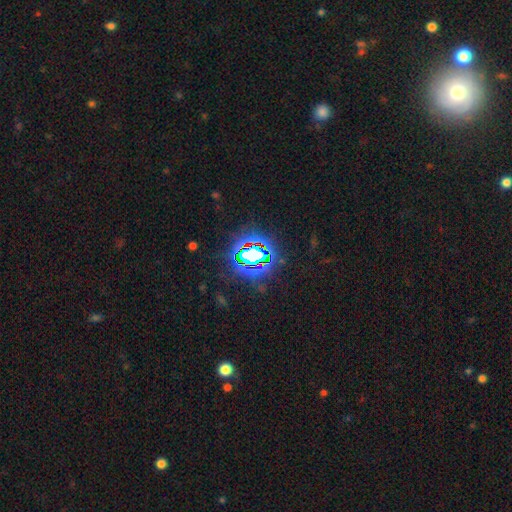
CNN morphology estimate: Q: Smooth or featured?
A: star or artifact (76%); runner-up: smooth (14%)